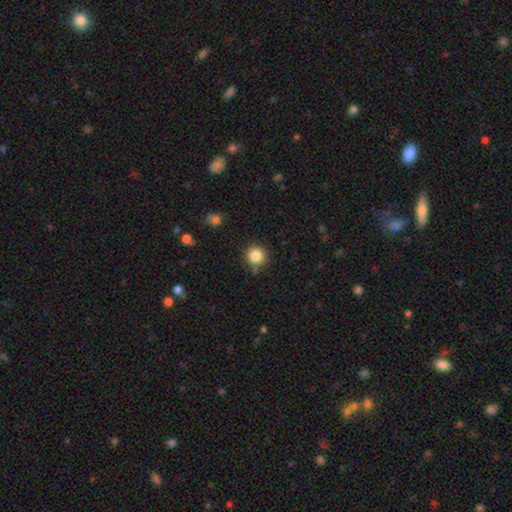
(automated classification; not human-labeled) This appears to be a smooth galaxy with no disk features (85%) that is round (94%). Merging: none (82%).